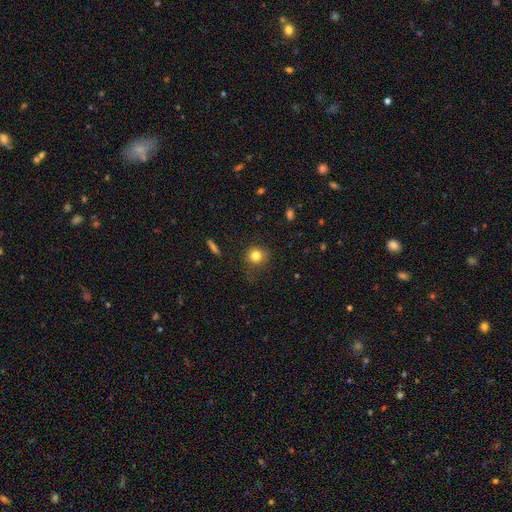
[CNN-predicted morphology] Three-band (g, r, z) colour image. It shows a smooth galaxy with no disk features (81%) that is round (89%). Merging: none (76%).